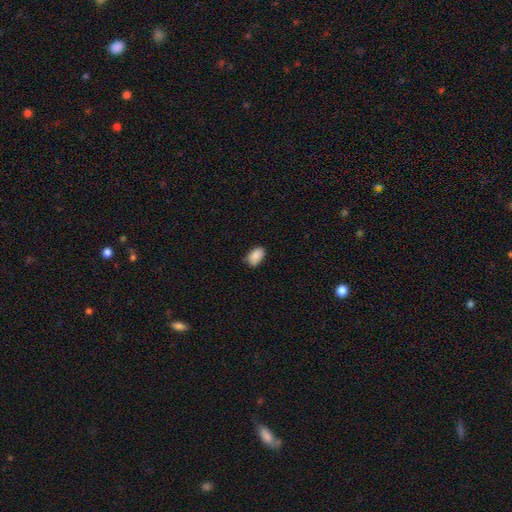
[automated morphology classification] Smooth or featured? Predicted: smooth (p=0.88). How rounded? Predicted: in between (p=0.92). Merging? Predicted: none (p=0.76).